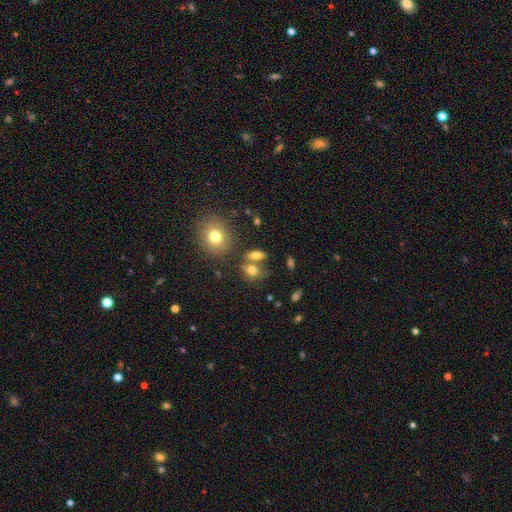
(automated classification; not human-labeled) The model was most divided on "merging": none: 56%, merger: 27%, minor disturbance: 12%, major disturbance: 5%. More confident: smooth or featured — smooth (74%); how rounded — in between (70%).